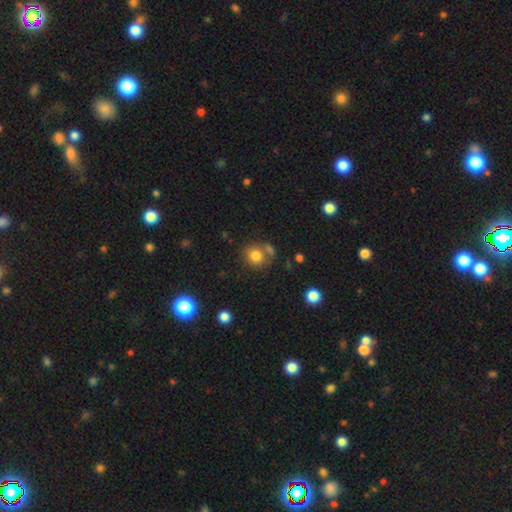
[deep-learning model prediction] Smooth or featured? Predicted: smooth (p=0.81). How rounded? Predicted: round (p=0.82). Merging? Predicted: none (p=0.64).